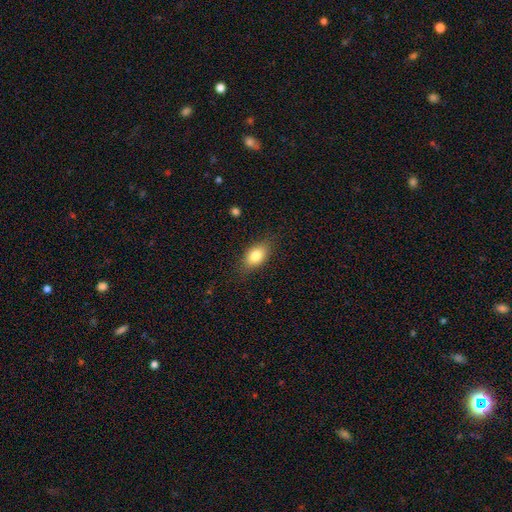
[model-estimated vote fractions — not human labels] Smooth or featured? smooth (80%)
How rounded? in between (85%)
Merging? none (82%)